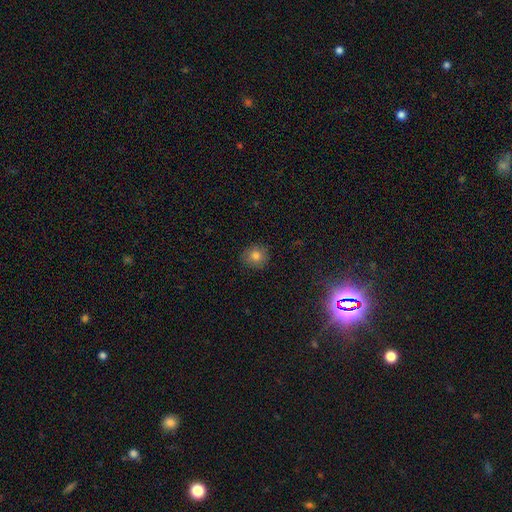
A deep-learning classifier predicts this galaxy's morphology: smooth-or-featured: smooth: 81% | star or artifact: 12% | featured or disk: 7%
  how-rounded: round: 85% | in between: 14% | cigar-shaped: 1%
  merging: none: 87% | minor disturbance: 10% | major disturbance: 2% | merger: 1%